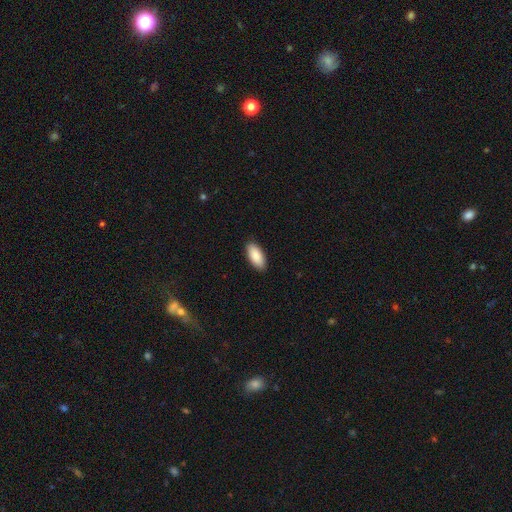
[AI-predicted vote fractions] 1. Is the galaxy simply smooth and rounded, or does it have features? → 89% smooth, 6% star or artifact, 5% featured or disk.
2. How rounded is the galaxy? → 91% in between, 8% cigar-shaped, 2% round.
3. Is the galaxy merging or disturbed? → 90% none, 8% minor disturbance, 2% major disturbance, 1% merger.